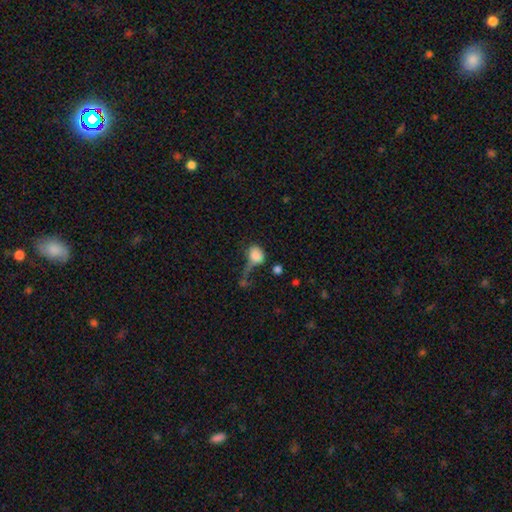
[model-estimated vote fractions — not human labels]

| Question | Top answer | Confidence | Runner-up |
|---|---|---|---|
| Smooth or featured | smooth | 79% | featured or disk (12%) |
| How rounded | in between | 64% | round (34%) |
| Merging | major disturbance | 41% | none (24%) |